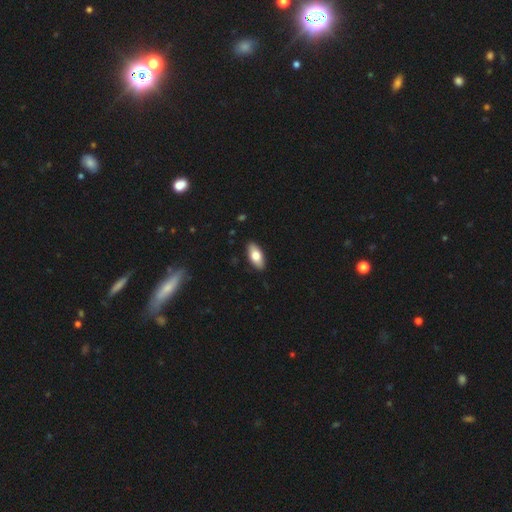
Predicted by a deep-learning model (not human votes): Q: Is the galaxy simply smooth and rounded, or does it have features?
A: smooth — 76%.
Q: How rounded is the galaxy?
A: in between — 88%.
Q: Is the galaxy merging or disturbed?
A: none — 89%.